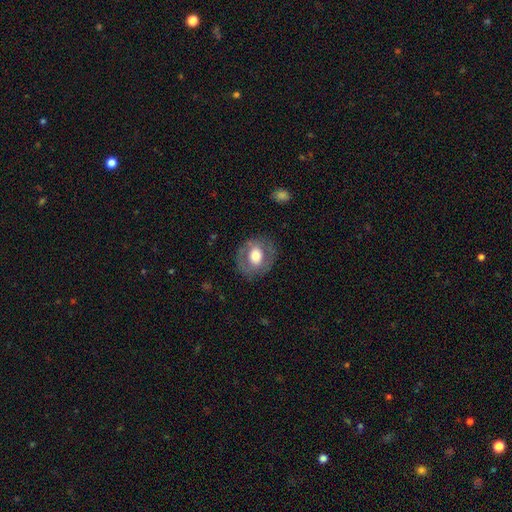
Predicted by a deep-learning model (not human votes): smooth_or_featured: smooth (p=0.53) [alt: featured or disk p=0.40]
how_rounded: round (p=0.63) [alt: in between p=0.36]
merging: none (p=0.79) [alt: minor disturbance p=0.13]